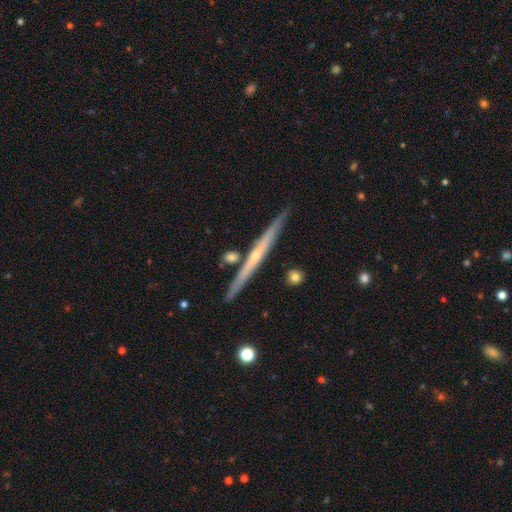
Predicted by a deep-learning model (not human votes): smooth_or_featured: featured or disk (p=0.72) [alt: smooth p=0.22]
disk_edge_on: yes (p=0.97) [alt: no p=0.03]
edge_on_bulge: rounded (p=0.52) [alt: none p=0.44]
merging: none (p=0.87) [alt: minor disturbance p=0.07]